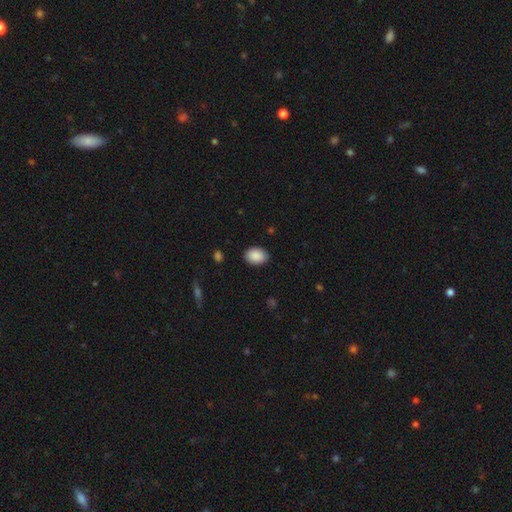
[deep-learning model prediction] smooth-or-featured: smooth: 90% | star or artifact: 7% | featured or disk: 3%
  how-rounded: in between: 79% | round: 20% | cigar-shaped: 1%
  merging: none: 87% | minor disturbance: 10% | major disturbance: 2% | merger: 1%